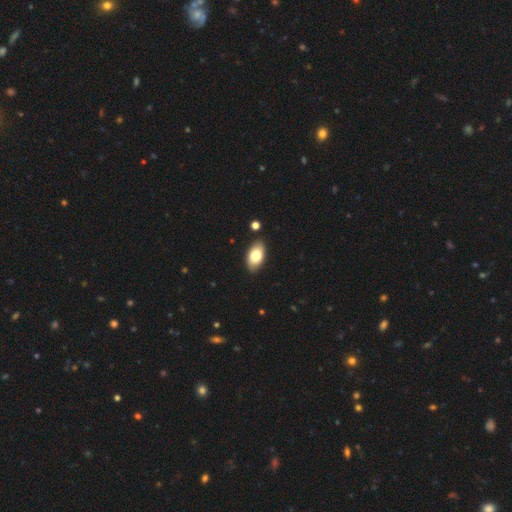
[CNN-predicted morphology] Q: Smooth or featured?
A: smooth (79%); runner-up: featured or disk (14%)
Q: How rounded?
A: in between (94%); runner-up: round (4%)
Q: Merging?
A: none (87%); runner-up: minor disturbance (9%)